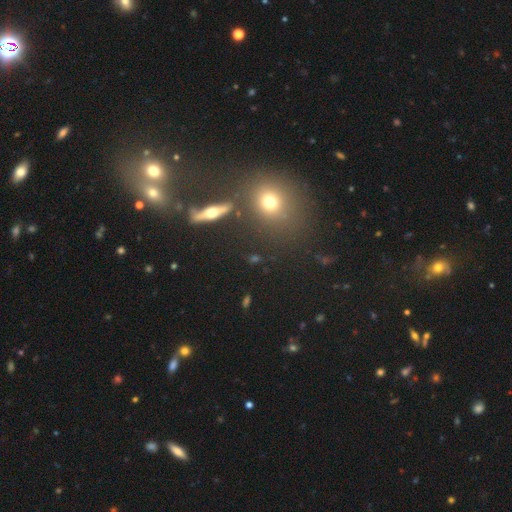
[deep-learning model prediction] Smooth or featured? Predicted: smooth (p=0.48). Merging? Predicted: none (p=0.69).